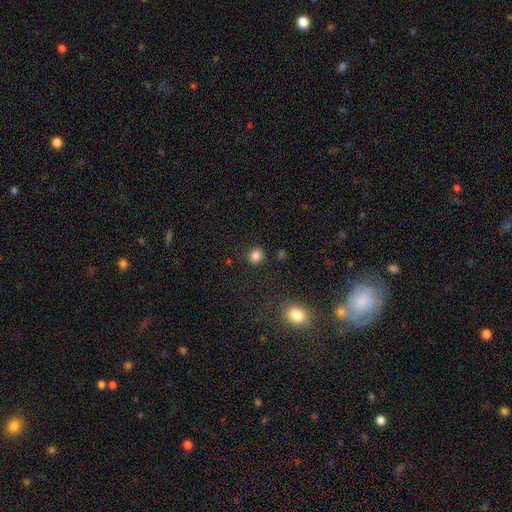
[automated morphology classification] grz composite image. It shows a smooth galaxy with no disk features (84%) that is round (88%). Merging: none (89%).